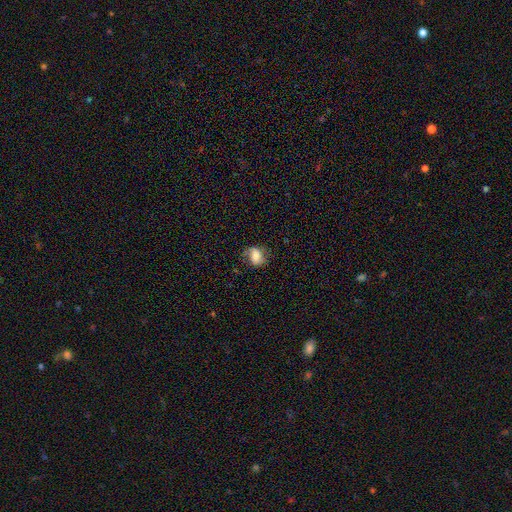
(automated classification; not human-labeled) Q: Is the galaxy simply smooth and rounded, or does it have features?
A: smooth — 57%.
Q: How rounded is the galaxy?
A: in between — 60%.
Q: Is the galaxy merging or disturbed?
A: none — 61%.